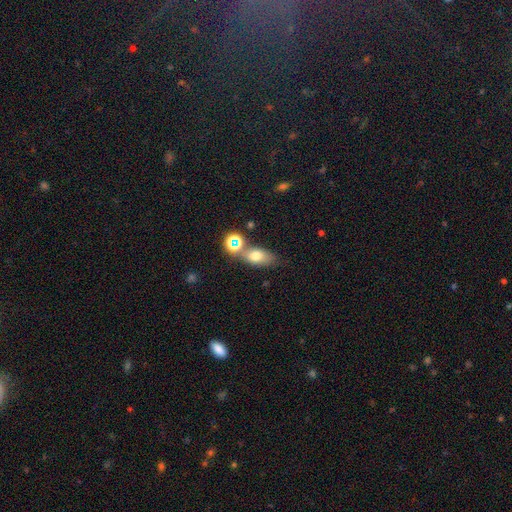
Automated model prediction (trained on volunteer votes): A smooth galaxy with no disk features (69%) that is in between round and cigar-shaped (76%).

Vote fractions:
- Smooth or featured? smooth: 69% / featured or disk: 16% / star or artifact: 15%
- How rounded? in between: 76% / round: 17% / cigar-shaped: 7%
- Merging? none: 58% / merger: 20% / minor disturbance: 16% / major disturbance: 6%